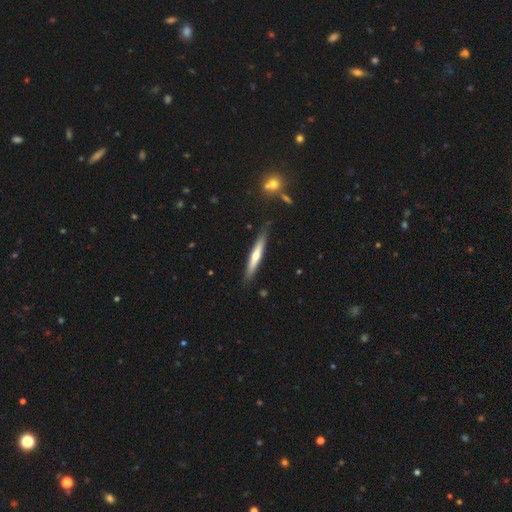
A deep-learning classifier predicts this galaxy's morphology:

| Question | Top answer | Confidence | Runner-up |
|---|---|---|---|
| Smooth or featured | featured or disk | 47% | tied: smooth (47%) |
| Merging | none | 87% | minor disturbance (10%) |